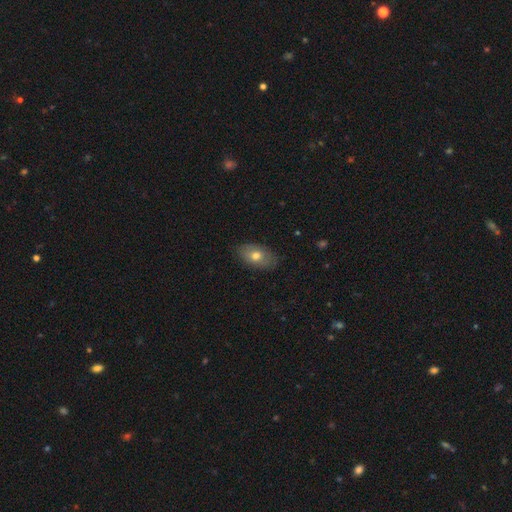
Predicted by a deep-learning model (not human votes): smooth_or_featured: smooth (p=0.71) [alt: featured or disk p=0.21]
how_rounded: in between (p=0.90) [alt: round p=0.08]
merging: none (p=0.82) [alt: minor disturbance p=0.14]